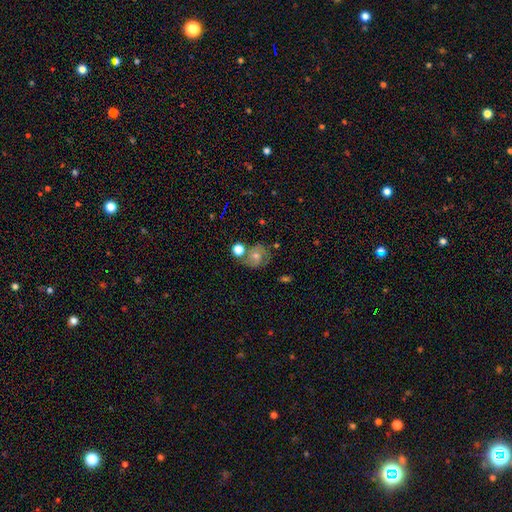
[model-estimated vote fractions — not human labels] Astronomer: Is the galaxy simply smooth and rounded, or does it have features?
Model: featured or disk — 54% (runner-up: smooth, 31%).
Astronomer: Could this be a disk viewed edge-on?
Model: no — 97%.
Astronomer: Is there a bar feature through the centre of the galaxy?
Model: no — 72%.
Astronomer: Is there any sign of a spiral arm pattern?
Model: yes — 82%.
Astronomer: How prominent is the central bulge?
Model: moderate — 53% (runner-up: small, 39%).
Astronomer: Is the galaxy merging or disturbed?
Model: none — 66%.